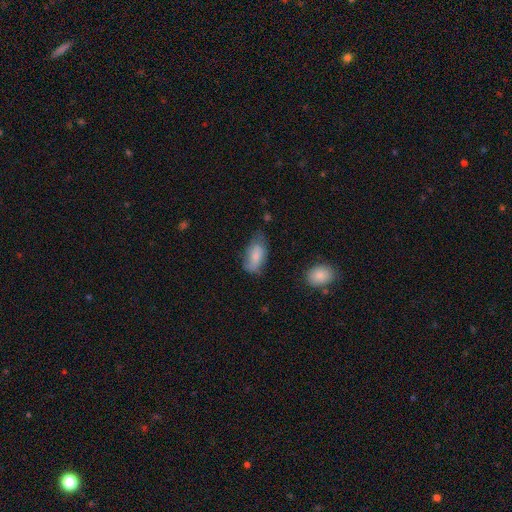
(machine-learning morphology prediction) smooth 76%, featured or disk 17%, star or artifact 7%. Down the decision tree: how rounded — in between (91%); merging — none (50%).